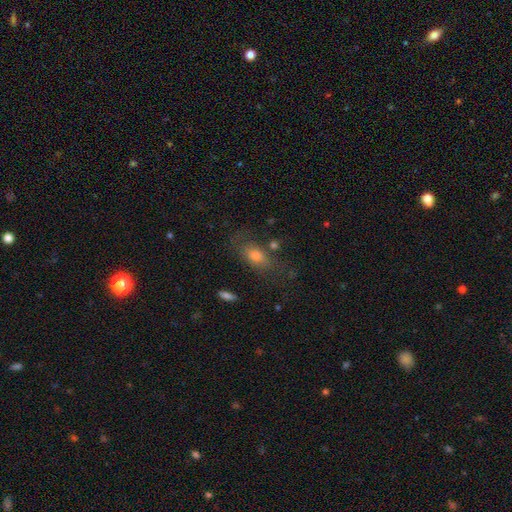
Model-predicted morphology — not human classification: A smooth galaxy with no disk features (66%) that is in between round and cigar-shaped (75%). Merging: none (61%).